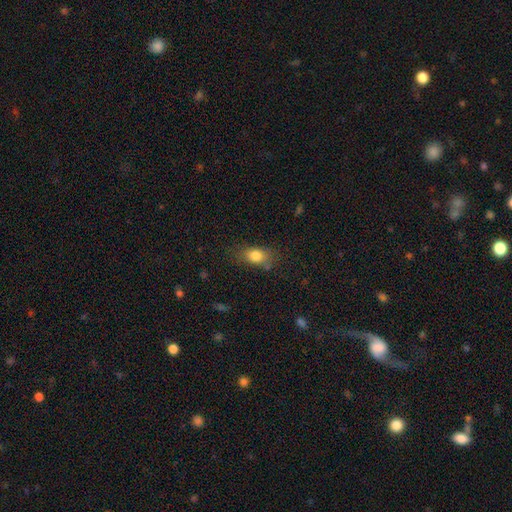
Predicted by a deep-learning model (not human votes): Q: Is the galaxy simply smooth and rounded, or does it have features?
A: smooth — 82%.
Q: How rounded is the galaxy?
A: in between — 76%.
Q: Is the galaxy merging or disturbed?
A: none — 69%.